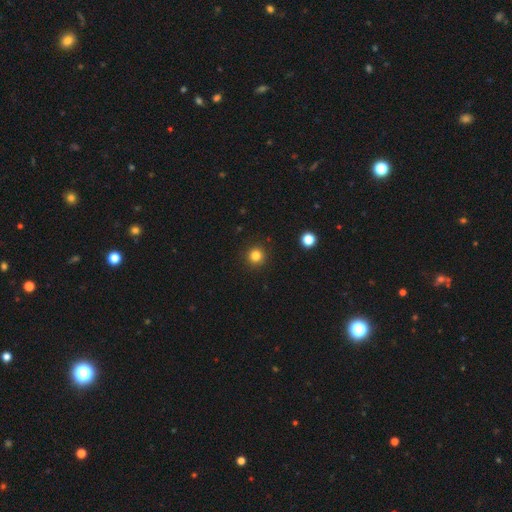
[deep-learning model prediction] The model was most divided on "smooth or featured": smooth: 82%, star or artifact: 13%, featured or disk: 5%. More confident: how rounded — round (95%); merging — none (92%).